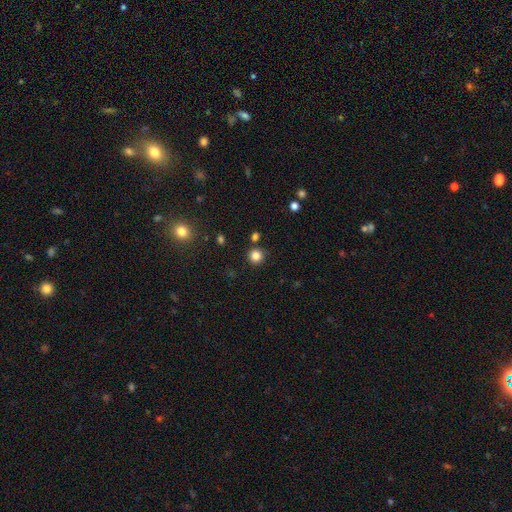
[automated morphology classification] The model was most divided on "smooth or featured": smooth: 83%, star or artifact: 13%, featured or disk: 4%. More confident: how rounded — round (93%); merging — none (86%).